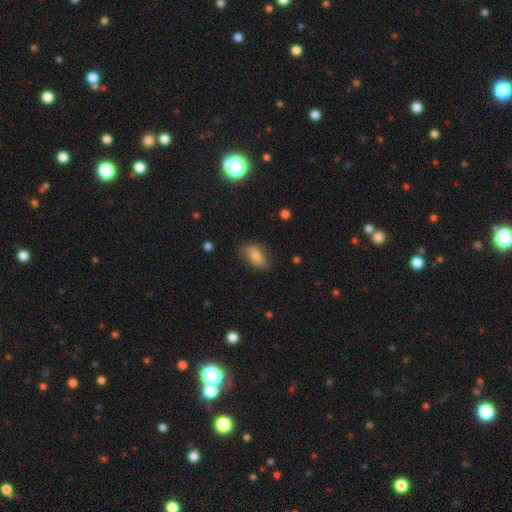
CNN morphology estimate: The model was most divided on "merging": none: 73%, minor disturbance: 20%, major disturbance: 5%, merger: 1%. More confident: how rounded — in between (88%); smooth or featured — smooth (77%).